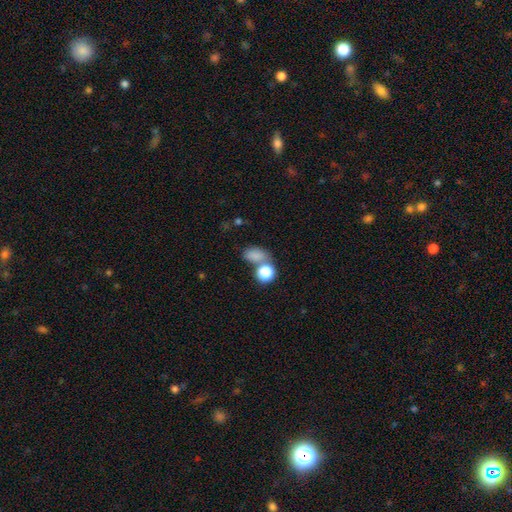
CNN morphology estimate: smooth-or-featured: smooth: 78% | star or artifact: 14% | featured or disk: 8%
  how-rounded: in between: 73% | round: 25% | cigar-shaped: 2%
  merging: none: 48% | merger: 31% | minor disturbance: 14% | major disturbance: 7%